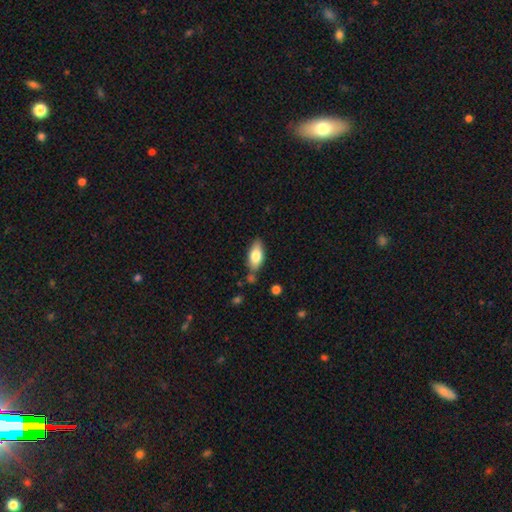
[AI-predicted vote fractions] smooth 75%, featured or disk 18%, star or artifact 6%. Down the decision tree: how rounded — in between (87%); merging — none (72%).